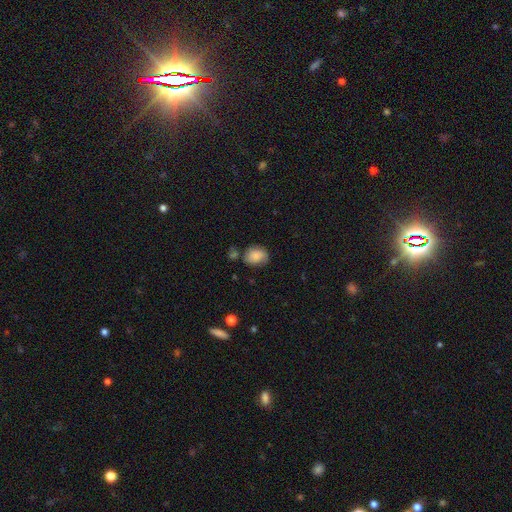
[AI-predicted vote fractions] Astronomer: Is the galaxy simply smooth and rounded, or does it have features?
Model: smooth — 79%.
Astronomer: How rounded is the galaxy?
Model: in between — 62%.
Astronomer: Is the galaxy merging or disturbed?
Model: none — 58%.